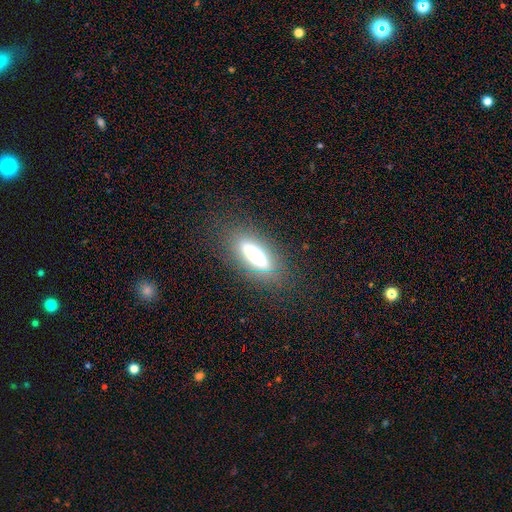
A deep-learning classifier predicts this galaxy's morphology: smooth-or-featured: smooth: 51% | featured or disk: 39% | star or artifact: 10%
  how-rounded: in between: 53% | cigar-shaped: 44% | round: 3%
  merging: none: 81% | minor disturbance: 12% | major disturbance: 5% | merger: 1%